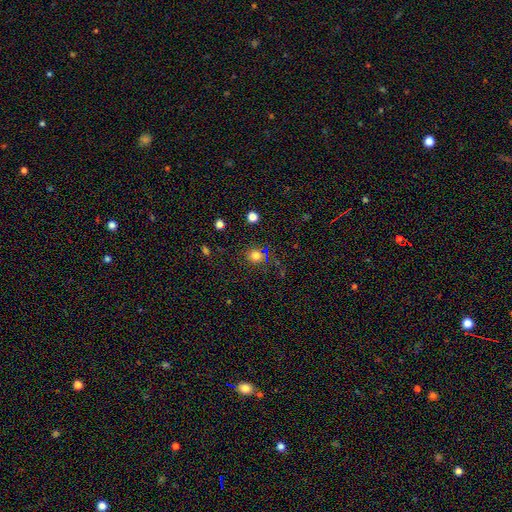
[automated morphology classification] Smooth or featured: smooth — 70% (star or artifact — 24%)
How rounded: round — 92% (in between — 7%)
Merging: none — 86% (minor disturbance — 8%)